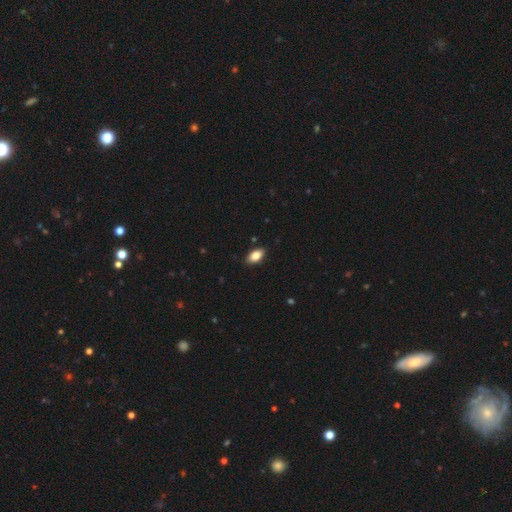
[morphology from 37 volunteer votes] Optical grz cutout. It shows a smooth galaxy with no disk features (89%) that is in between round and cigar-shaped (88%). Merging: none (92%).